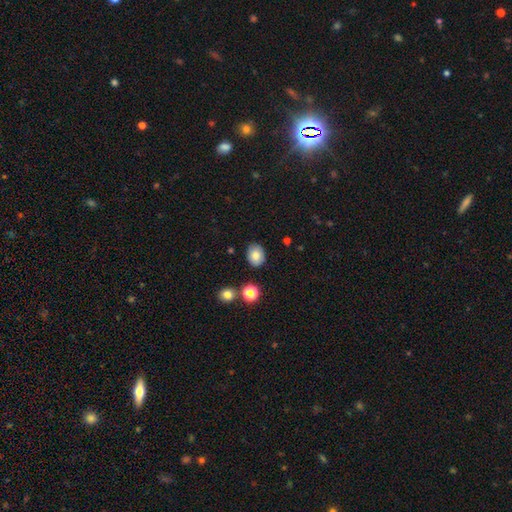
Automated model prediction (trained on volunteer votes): Morphology: type=smooth (80%); roundness=in between (59%); merging=none (83%).